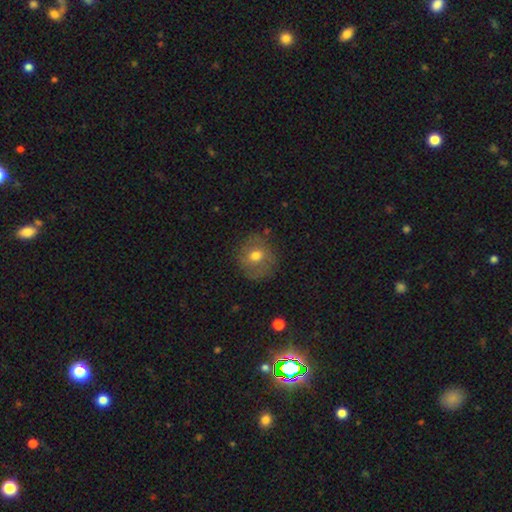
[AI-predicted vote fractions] smooth 61%, featured or disk 28%, star or artifact 10%. Down the decision tree: how rounded — round (83%); merging — none (76%).